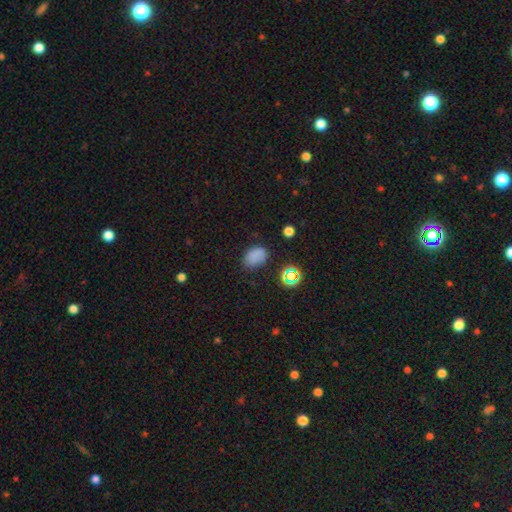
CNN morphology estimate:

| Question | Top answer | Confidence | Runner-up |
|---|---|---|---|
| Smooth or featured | smooth | 74% | star or artifact (19%) |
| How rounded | in between | 72% | round (27%) |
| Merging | none | 68% | minor disturbance (22%) |